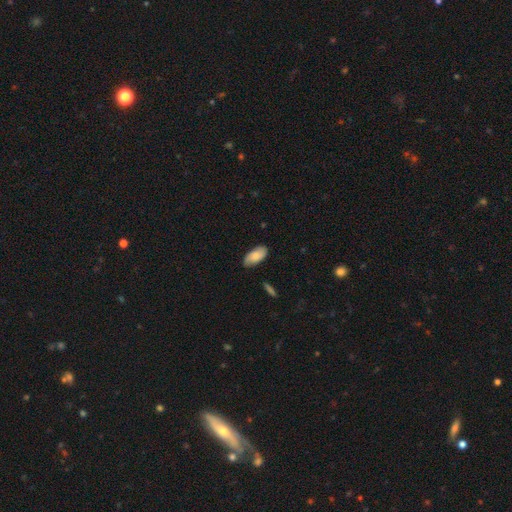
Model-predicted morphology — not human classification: A smooth galaxy with no disk features (71%) that is in between round and cigar-shaped (93%).

Vote fractions:
- Smooth or featured? smooth: 71% / featured or disk: 22% / star or artifact: 7%
- How rounded? in between: 93% / cigar-shaped: 5% / round: 3%
- Merging? none: 79% / minor disturbance: 17% / major disturbance: 3% / merger: 2%